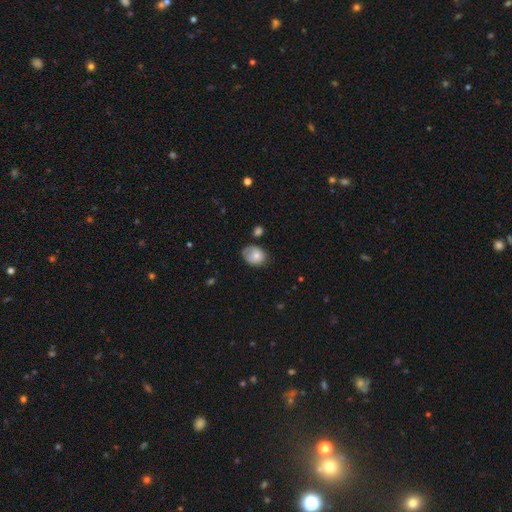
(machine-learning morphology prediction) Smooth or featured? Predicted: smooth (p=0.74). How rounded? Predicted: in between (p=0.58). Merging? Predicted: none (p=0.49).